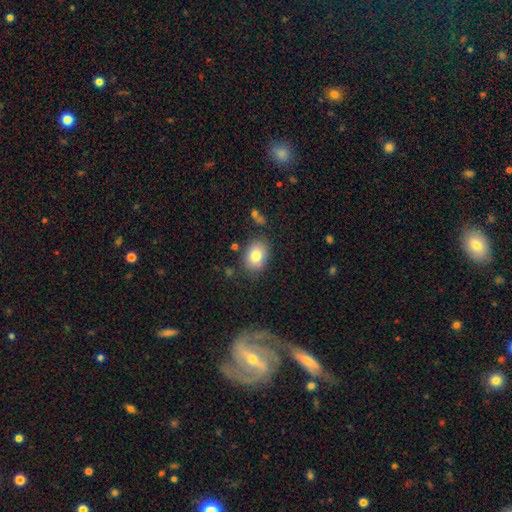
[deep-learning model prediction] The model was most divided on "how rounded": in between: 70%, round: 29%, cigar-shaped: 1%. More confident: merging — none (81%); smooth or featured — smooth (80%).